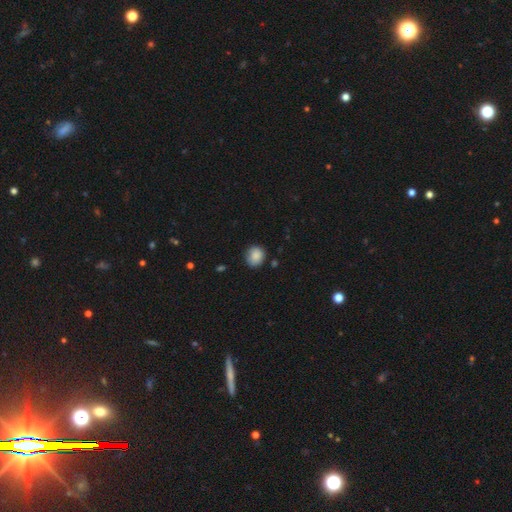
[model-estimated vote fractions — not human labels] This appears to be a smooth galaxy with no disk features (87%) that is round (73%). Merging: none (79%).